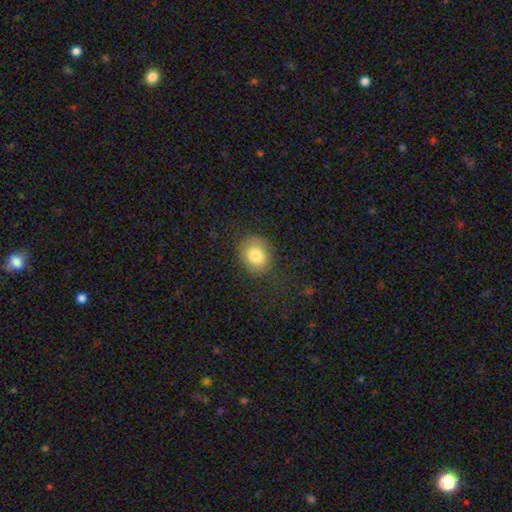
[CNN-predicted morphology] smooth-or-featured: smooth: 81% | featured or disk: 10% | star or artifact: 9%
  how-rounded: round: 62% | in between: 37% | cigar-shaped: 1%
  merging: none: 77% | minor disturbance: 15% | major disturbance: 7% | merger: 1%